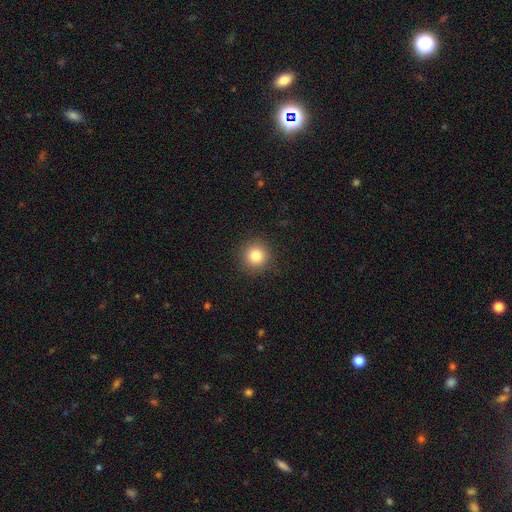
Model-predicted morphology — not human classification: Smooth or featured?
  - smooth: 82% *
  - star or artifact: 11%
  - featured or disk: 7%
How rounded?
  - round: 94% *
  - in between: 5%
  - cigar-shaped: 1%
Merging?
  - none: 91% *
  - minor disturbance: 6%
  - major disturbance: 2%
  - merger: 1%